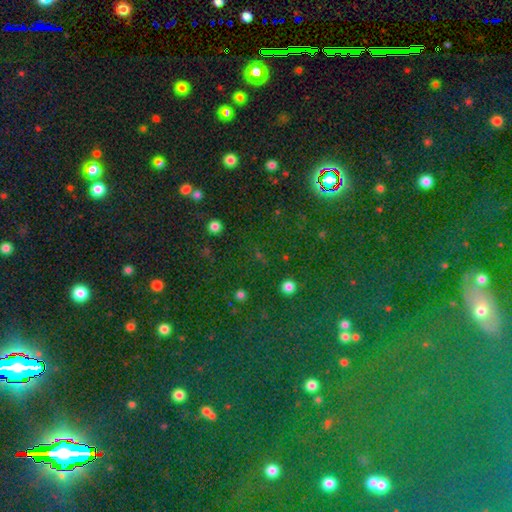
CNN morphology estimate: Smooth or featured?
  - star or artifact: 76% *
  - smooth: 15%
  - featured or disk: 9%